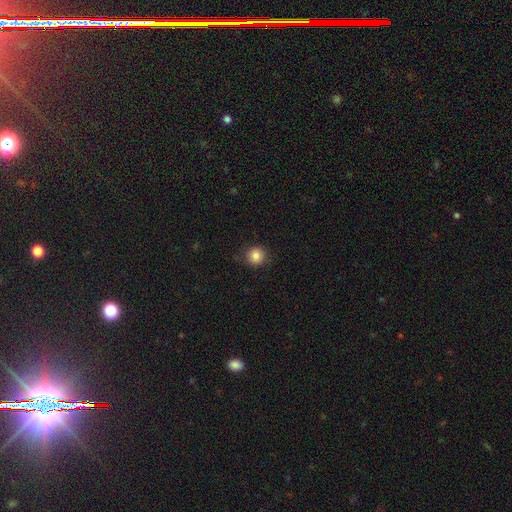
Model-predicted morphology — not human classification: Smooth or featured?
  - smooth: 84% *
  - star or artifact: 10%
  - featured or disk: 5%
How rounded?
  - round: 91% *
  - in between: 8%
  - cigar-shaped: 1%
Merging?
  - none: 85% *
  - minor disturbance: 11%
  - major disturbance: 3%
  - merger: 1%